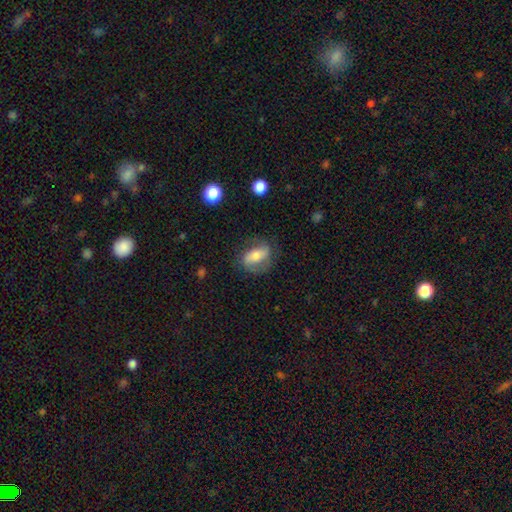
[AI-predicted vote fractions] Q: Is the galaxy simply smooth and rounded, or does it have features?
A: featured or disk — 52%.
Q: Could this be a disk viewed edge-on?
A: no — 91%.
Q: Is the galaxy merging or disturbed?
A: none — 72%.